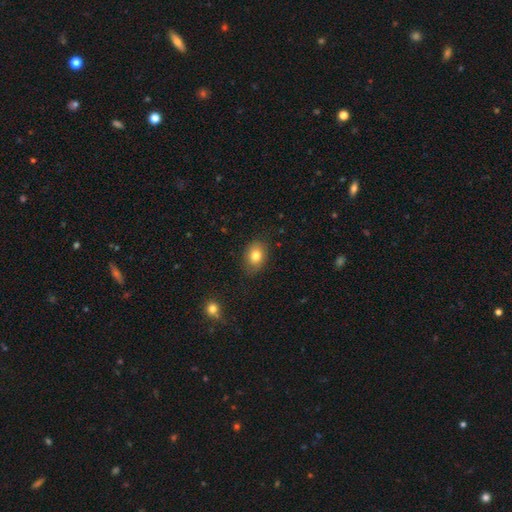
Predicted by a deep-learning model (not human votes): Q: Smooth or featured?
A: smooth (80%); runner-up: featured or disk (10%)
Q: How rounded?
A: in between (67%); runner-up: round (32%)
Q: Merging?
A: none (83%); runner-up: minor disturbance (13%)